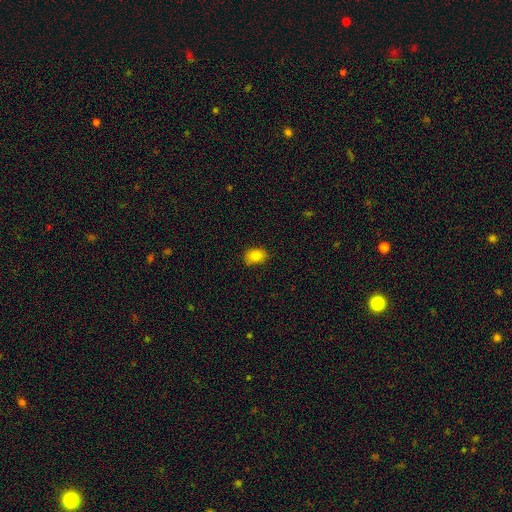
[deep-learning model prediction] A smooth galaxy with no disk features (82%) that is in between round and cigar-shaped (72%).

Vote fractions:
- Smooth or featured? smooth: 82% / star or artifact: 10% / featured or disk: 8%
- How rounded? in between: 72% / round: 26% / cigar-shaped: 1%
- Merging? none: 78% / minor disturbance: 18% / major disturbance: 3% / merger: 1%